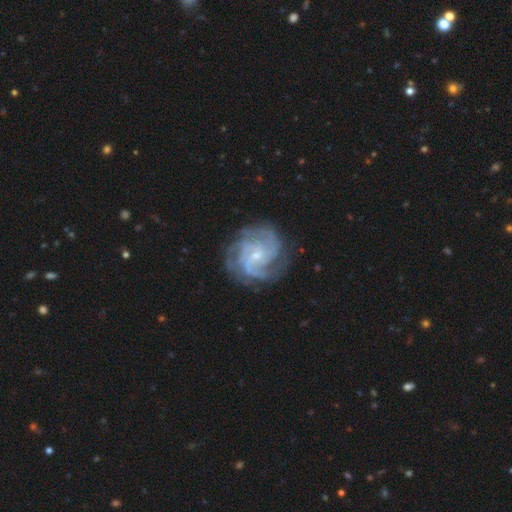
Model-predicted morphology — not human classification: This appears to be a featured or disk galaxy (89%) with no bar (51%), 3 (33%) tight (52%) spiral arms (98%) and a small central bulge (75%). Merging: none (76%).